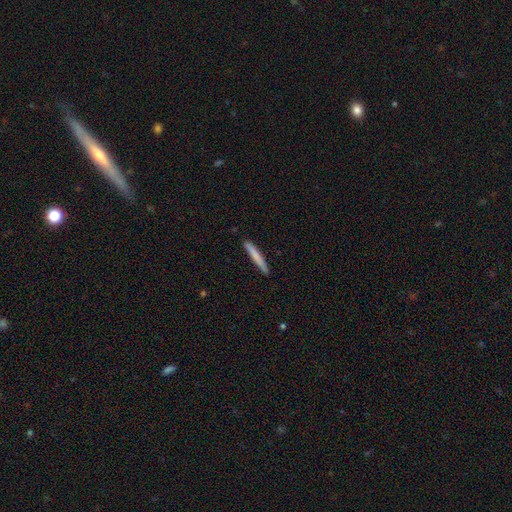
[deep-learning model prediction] A smooth galaxy with no disk features (74%) that is cigar-shaped (96%). Merging: none (90%).